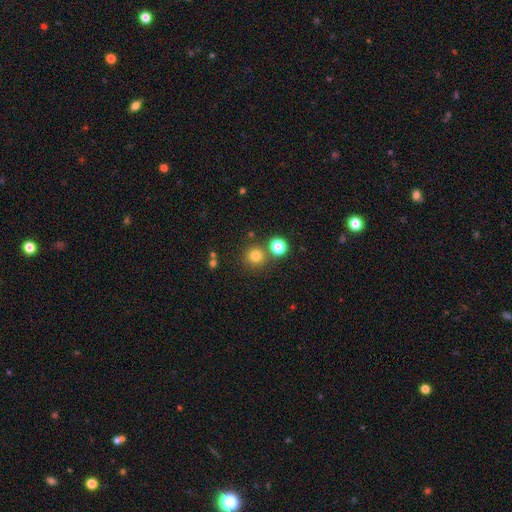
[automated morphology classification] smooth-or-featured: smooth: 77% | star or artifact: 16% | featured or disk: 6%
  how-rounded: round: 93% | in between: 6% | cigar-shaped: 1%
  merging: none: 77% | merger: 12% | minor disturbance: 7% | major disturbance: 3%